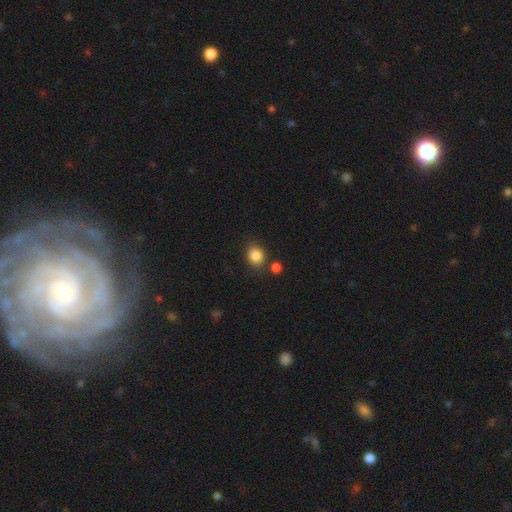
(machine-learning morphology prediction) Smooth or featured? smooth (85%)
How rounded? round (70%)
Merging? none (75%)